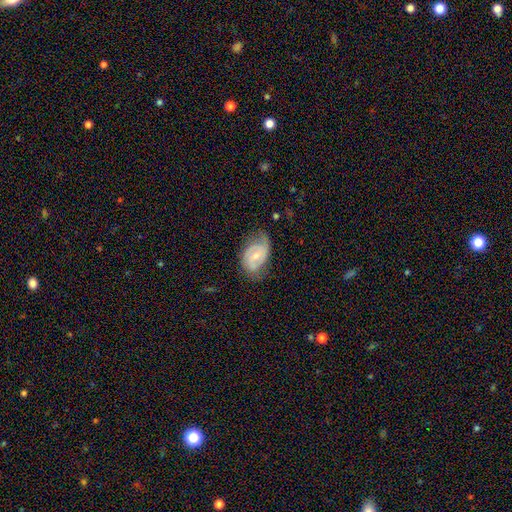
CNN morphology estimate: Q: Smooth or featured?
A: featured or disk (75%); runner-up: smooth (19%)
Q: Edge-on disk?
A: no (97%); runner-up: yes (3%)
Q: Bar?
A: weak (48%); runner-up: no (41%)
Q: Spiral arms?
A: yes (93%); runner-up: no (7%)
Q: Spiral winding?
A: medium (43%); runner-up: tight (42%)
Q: Spiral arm count?
A: 2 (76%); runner-up: can't tell (13%)
Q: Bulge size?
A: small (57%); runner-up: moderate (35%)
Q: Merging?
A: none (61%); runner-up: minor disturbance (28%)